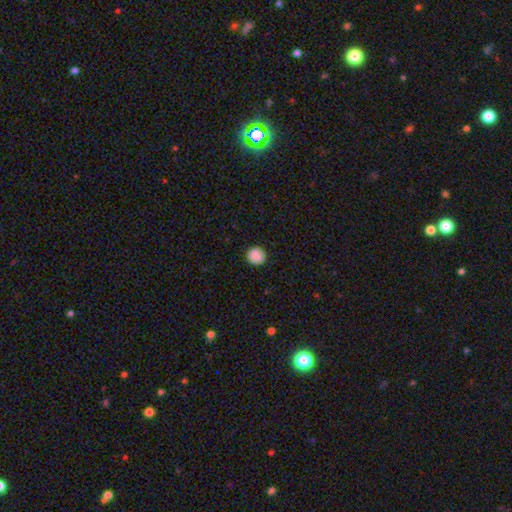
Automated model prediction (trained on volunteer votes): The model was most divided on "smooth or featured": smooth: 89%, star or artifact: 8%, featured or disk: 2%. More confident: how rounded — round (95%); merging — none (93%).